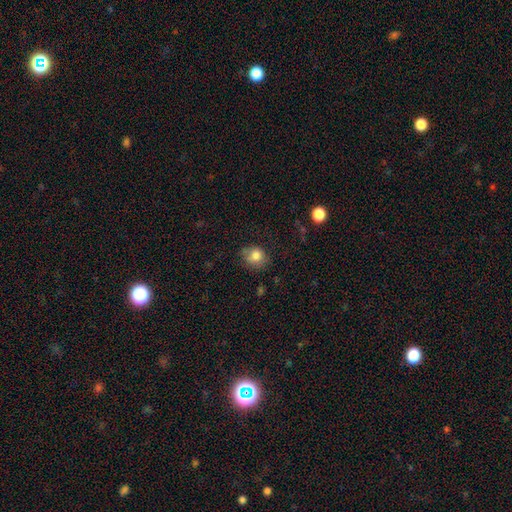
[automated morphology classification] Smooth or featured: smooth — 82% (star or artifact — 10%)
How rounded: round — 66% (in between — 33%)
Merging: none — 67% (minor disturbance — 24%)